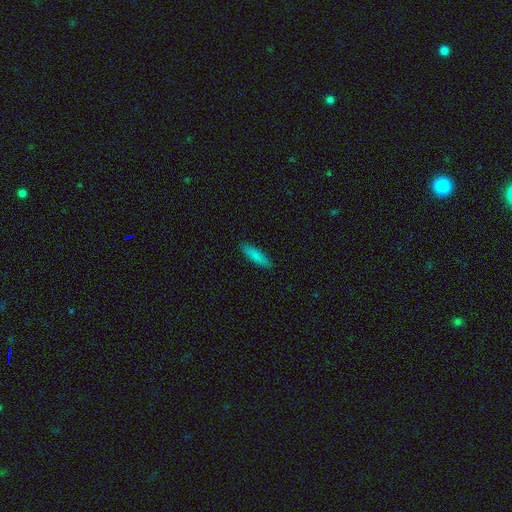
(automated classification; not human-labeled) Smooth or featured: smooth — 84% (featured or disk — 9%)
How rounded: cigar-shaped — 64% (in between — 34%)
Merging: none — 89% (minor disturbance — 8%)